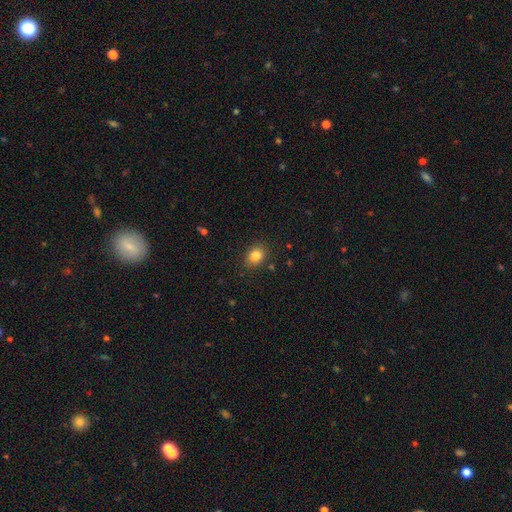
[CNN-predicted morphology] Smooth or featured? smooth (83%)
How rounded? in between (53%)
Merging? none (86%)